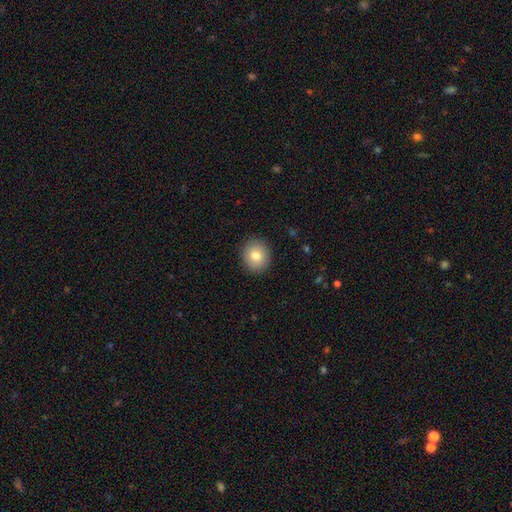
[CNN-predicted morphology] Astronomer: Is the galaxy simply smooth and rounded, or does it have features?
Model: smooth — 80%.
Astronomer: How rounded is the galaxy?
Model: round — 81%.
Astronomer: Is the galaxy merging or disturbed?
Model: none — 91%.